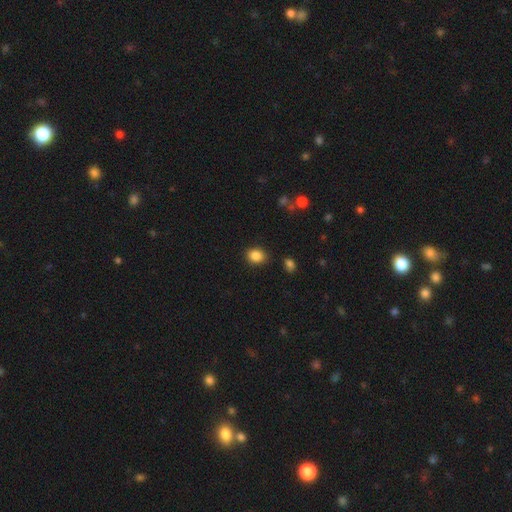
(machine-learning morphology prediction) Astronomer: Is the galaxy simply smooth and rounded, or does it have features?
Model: smooth — 86%.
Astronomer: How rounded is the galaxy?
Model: round — 55% (runner-up: in between, 44%).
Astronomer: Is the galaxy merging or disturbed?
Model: none — 86%.